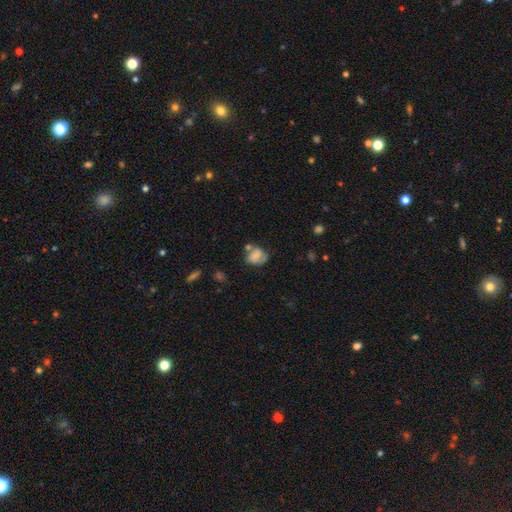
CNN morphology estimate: Smooth or featured? smooth (66%)
How rounded? in between (59%)
Merging? none (39%)